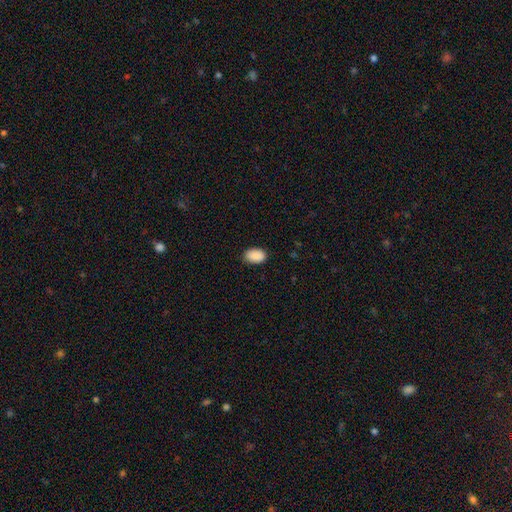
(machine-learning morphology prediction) The model was most divided on "merging": none: 87%, minor disturbance: 10%, major disturbance: 2%, merger: 1%. More confident: smooth or featured — smooth (91%); how rounded — in between (89%).